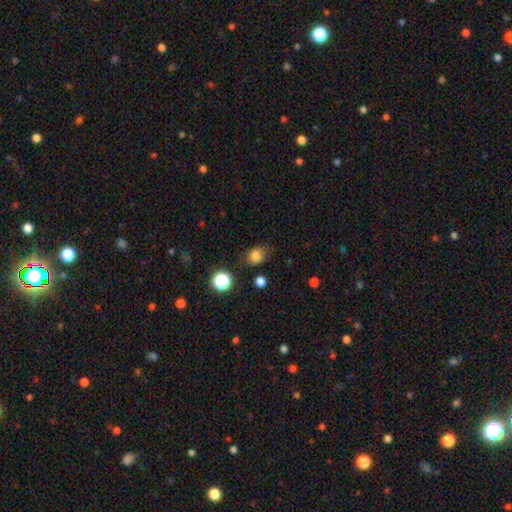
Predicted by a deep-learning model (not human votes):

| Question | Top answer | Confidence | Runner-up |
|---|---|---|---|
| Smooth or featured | smooth | 81% | star or artifact (14%) |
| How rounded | round | 57% | in between (42%) |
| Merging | none | 69% | minor disturbance (21%) |